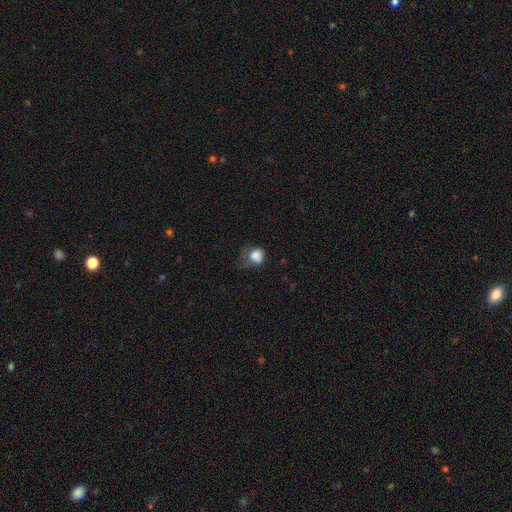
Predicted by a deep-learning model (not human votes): Smooth or featured: smooth — 82% (star or artifact — 10%)
How rounded: round — 59% (in between — 40%)
Merging: none — 36% (minor disturbance — 33%)